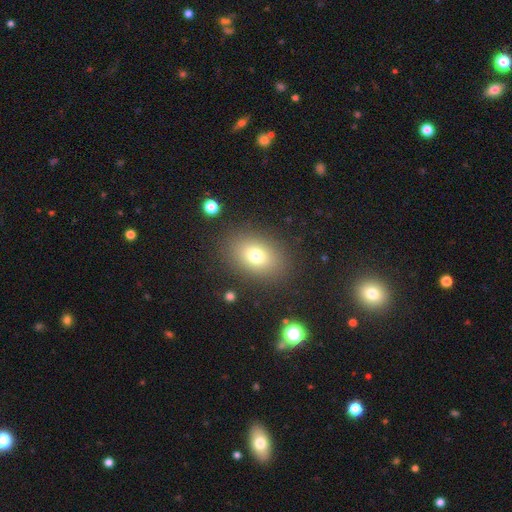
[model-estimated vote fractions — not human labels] Smooth or featured? smooth (75%)
How rounded? in between (73%)
Merging? none (85%)